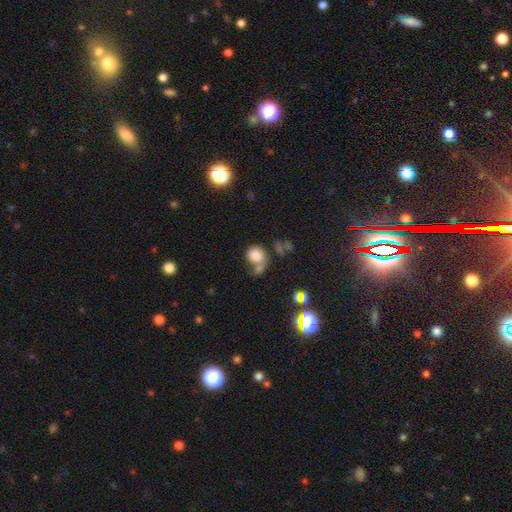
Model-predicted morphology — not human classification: This is likely a smooth galaxy (80%). How rounded: likely round (72%). Merging: marginally merger (38%).